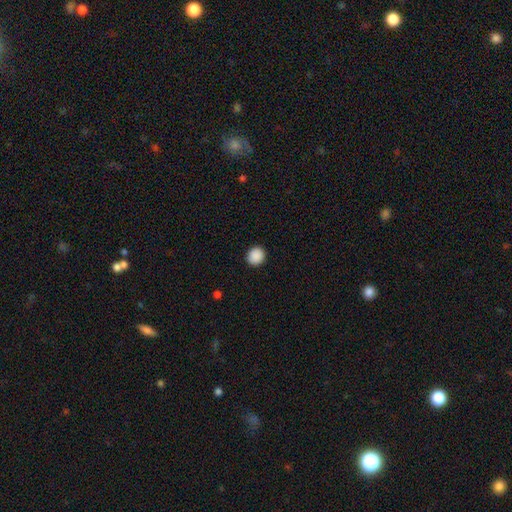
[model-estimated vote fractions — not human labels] smooth-or-featured: smooth: 90% | star or artifact: 8% | featured or disk: 2%
  how-rounded: round: 85% | in between: 14% | cigar-shaped: 1%
  merging: none: 92% | minor disturbance: 5% | major disturbance: 2% | merger: 1%